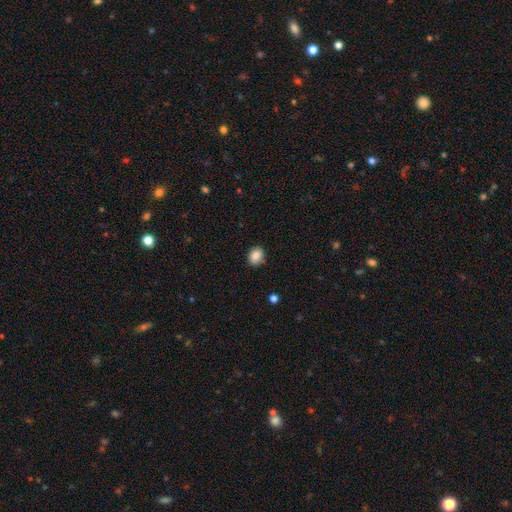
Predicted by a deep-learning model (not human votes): Smooth or featured: smooth — 85% (star or artifact — 9%)
How rounded: round — 52% (in between — 47%)
Merging: none — 87% (minor disturbance — 10%)